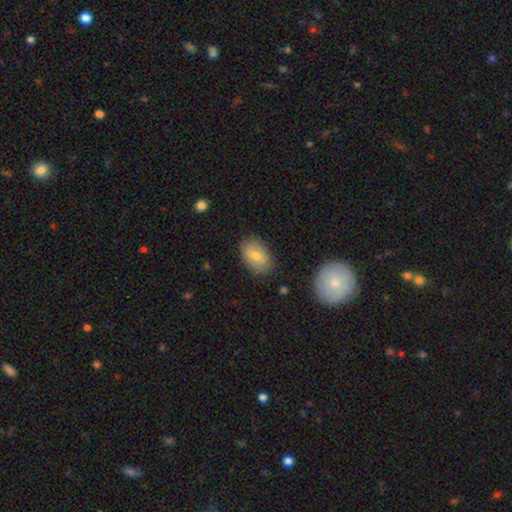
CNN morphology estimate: Smooth or featured? smooth (72%)
How rounded? in between (87%)
Merging? none (81%)